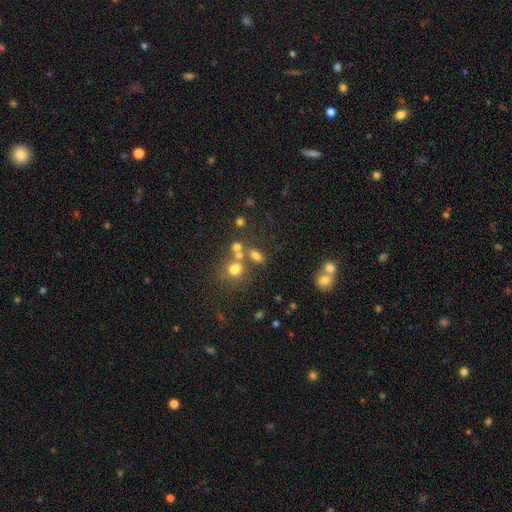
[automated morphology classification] This is likely a smooth galaxy (69%). How rounded: likely in between (71%). Merging: possibly none (53%).